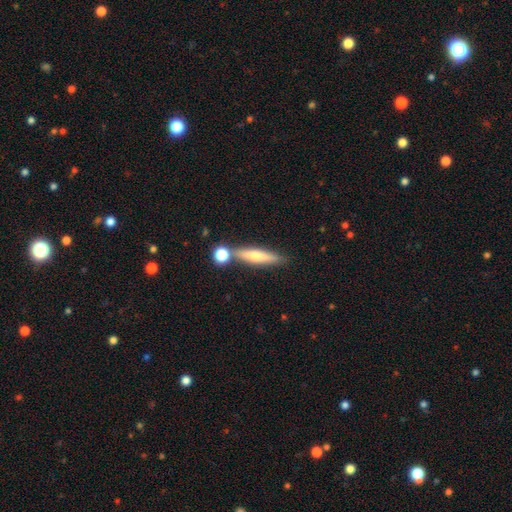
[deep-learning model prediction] smooth 46%, featured or disk 45%, star or artifact 9%. Down the decision tree: merging — none (74%).